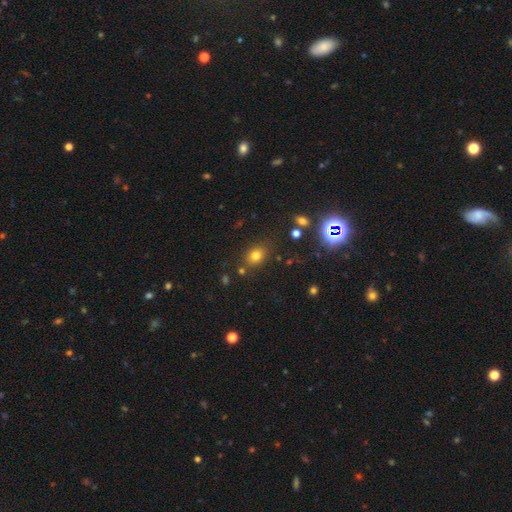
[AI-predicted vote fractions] This appears to be a smooth galaxy with no disk features (76%) that is in between round and cigar-shaped (57%). Merging: none (78%).